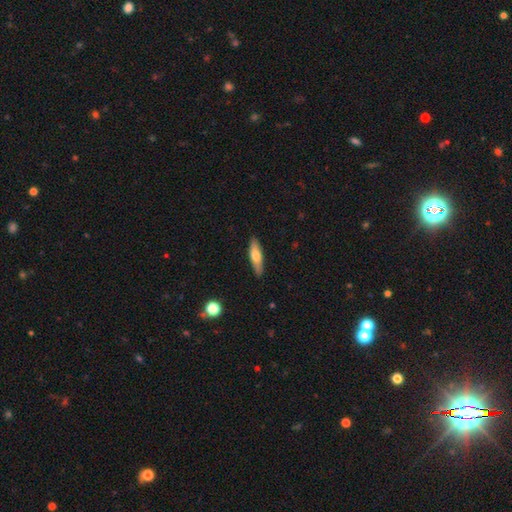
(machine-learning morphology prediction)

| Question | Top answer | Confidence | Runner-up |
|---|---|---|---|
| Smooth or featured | smooth | 62% | featured or disk (32%) |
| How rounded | cigar-shaped | 64% | in between (34%) |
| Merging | none | 88% | minor disturbance (9%) |